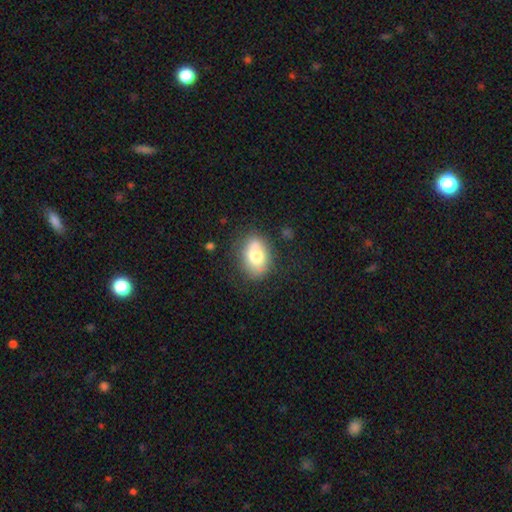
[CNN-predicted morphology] smooth-or-featured: smooth: 71% | featured or disk: 20% | star or artifact: 9%
  how-rounded: in between: 70% | round: 29% | cigar-shaped: 1%
  merging: none: 71% | minor disturbance: 19% | major disturbance: 6% | merger: 4%